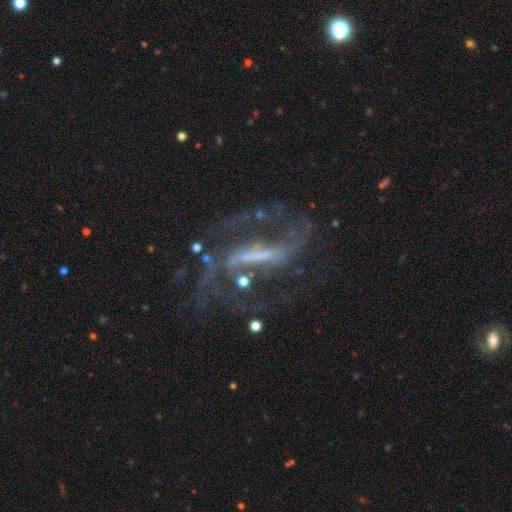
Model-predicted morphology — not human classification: A featured or disk galaxy (84%) with a strong bar (69%), 2 (78%) medium (43%) spiral arms (89%) and no central bulge (40%). Merging: none (55%).